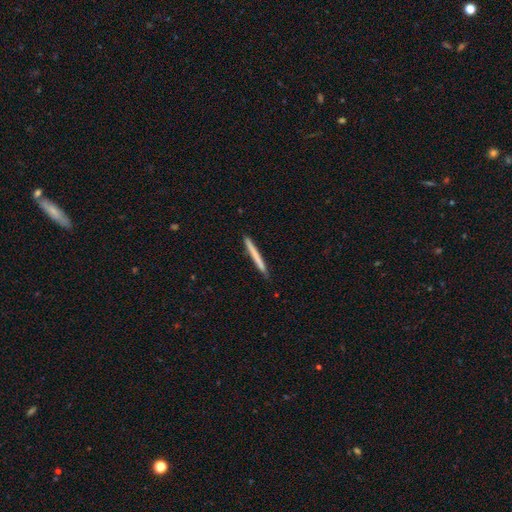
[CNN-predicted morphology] A smooth galaxy with no disk features (65%) that is cigar-shaped (97%). Merging: none (91%).